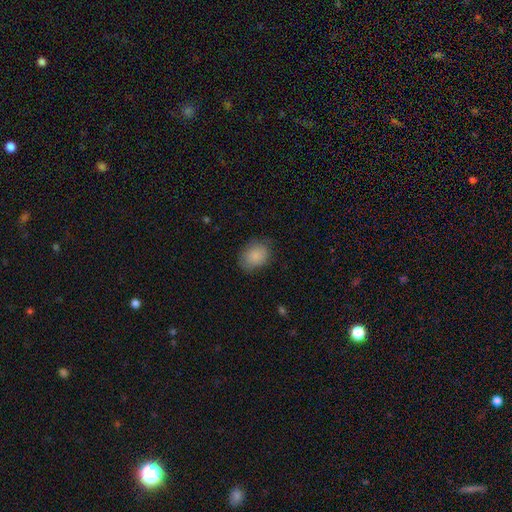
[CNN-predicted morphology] Smooth or featured?
  - smooth: 86% *
  - star or artifact: 7%
  - featured or disk: 6%
How rounded?
  - in between: 59% *
  - round: 40%
  - cigar-shaped: 1%
Merging?
  - none: 76% *
  - minor disturbance: 18%
  - major disturbance: 5%
  - merger: 1%